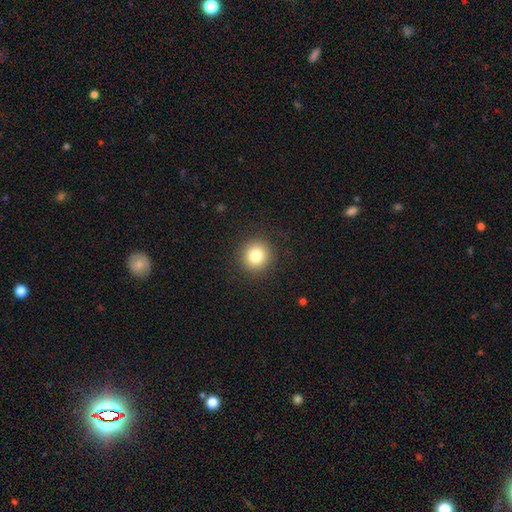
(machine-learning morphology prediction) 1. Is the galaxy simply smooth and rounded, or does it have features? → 81% smooth, 11% star or artifact, 8% featured or disk.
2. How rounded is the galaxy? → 94% round, 5% in between, 1% cigar-shaped.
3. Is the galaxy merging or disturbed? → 91% none, 6% minor disturbance, 2% major disturbance, 1% merger.